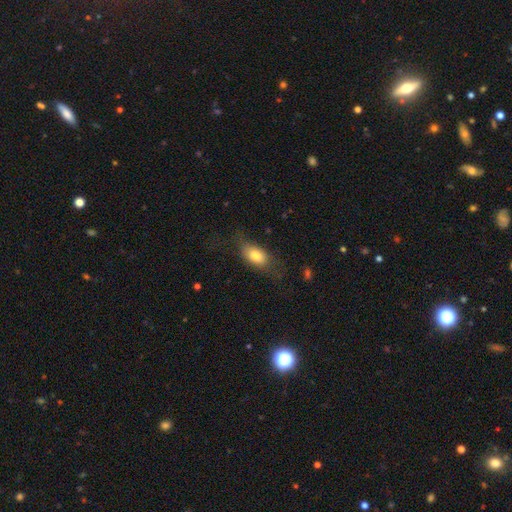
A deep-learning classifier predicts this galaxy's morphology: smooth_or_featured: smooth (p=0.76) [alt: featured or disk p=0.16]
how_rounded: in between (p=0.85) [alt: round p=0.08]
merging: none (p=0.63) [alt: minor disturbance p=0.22]